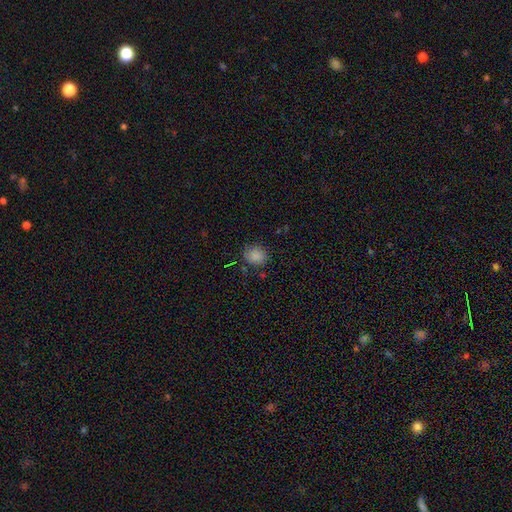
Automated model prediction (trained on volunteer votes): Overall: smooth (84%). How rounded: round (76%). Merging: none (81%).